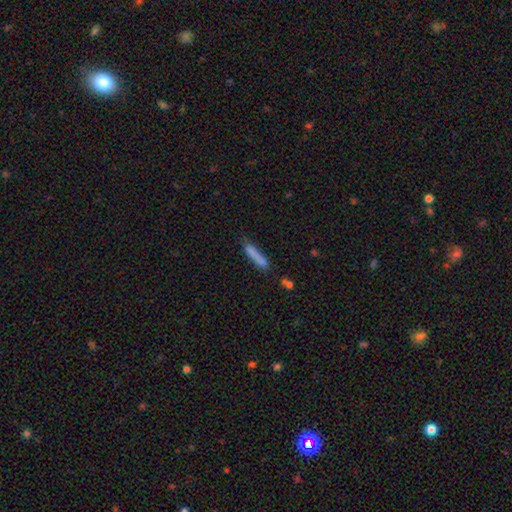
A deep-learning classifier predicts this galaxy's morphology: smooth-or-featured: smooth: 79% | featured or disk: 13% | star or artifact: 8%
  how-rounded: cigar-shaped: 88% | in between: 10% | round: 2%
  merging: none: 66% | minor disturbance: 20% | merger: 8% | major disturbance: 6%